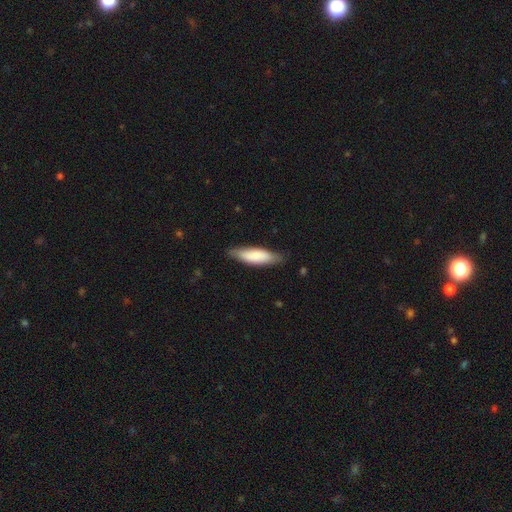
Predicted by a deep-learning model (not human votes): Smooth or featured?
  - smooth: 77% *
  - featured or disk: 18%
  - star or artifact: 5%
How rounded?
  - cigar-shaped: 56% *
  - in between: 43%
  - round: 1%
Merging?
  - none: 81% *
  - minor disturbance: 15%
  - major disturbance: 2%
  - merger: 1%